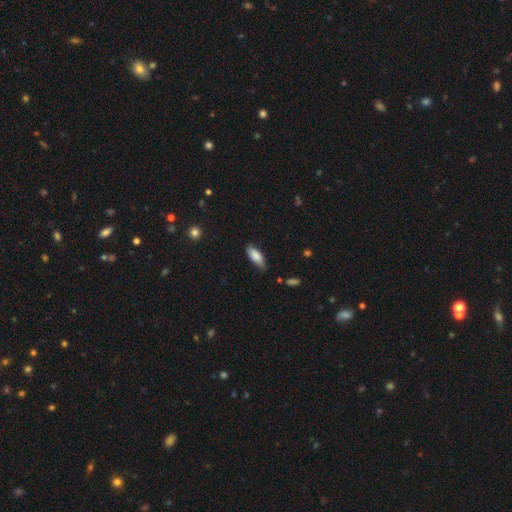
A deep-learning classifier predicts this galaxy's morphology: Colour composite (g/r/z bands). It shows a smooth galaxy with no disk features (83%) that is in between round and cigar-shaped (77%). Merging: none (70%).